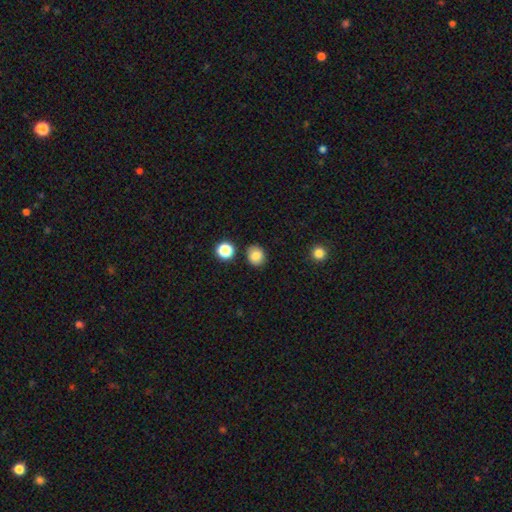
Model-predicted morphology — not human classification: smooth 84%, star or artifact 11%, featured or disk 5%. Down the decision tree: how rounded — round (69%); merging — none (84%).